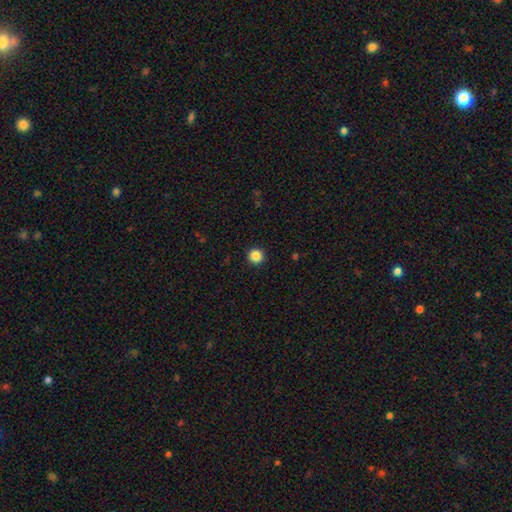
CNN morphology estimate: Smooth or featured: smooth — 86% (star or artifact — 11%)
How rounded: round — 96% (in between — 3%)
Merging: none — 94% (minor disturbance — 4%)